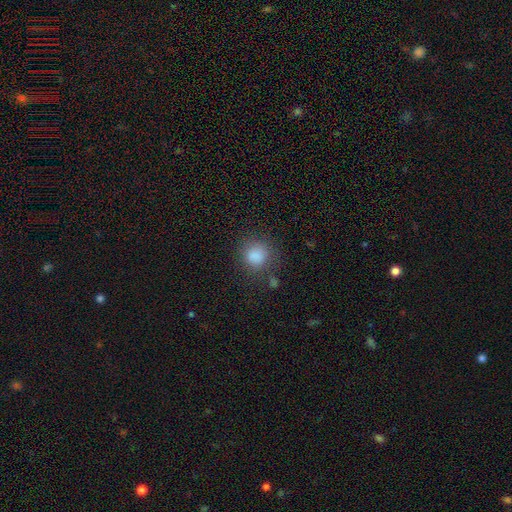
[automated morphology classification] A smooth galaxy with no disk features (85%) that is round (85%). Merging: none (73%).